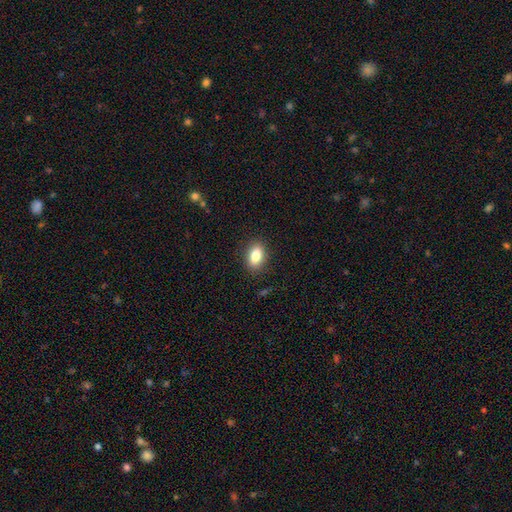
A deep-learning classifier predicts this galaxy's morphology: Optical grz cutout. It shows a smooth galaxy with no disk features (83%) that is in between round and cigar-shaped (85%). Merging: none (88%).